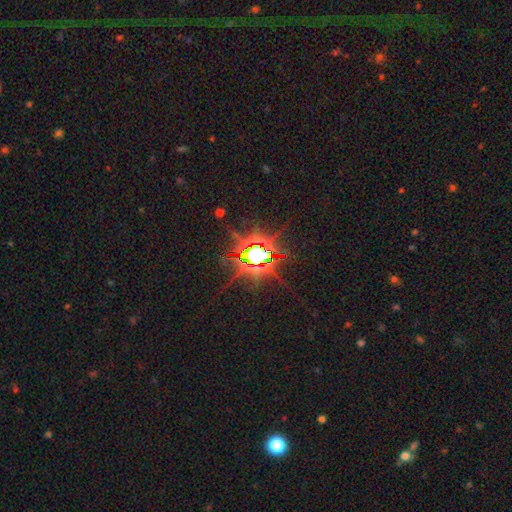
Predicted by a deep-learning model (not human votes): Smooth or featured? Predicted: star or artifact (p=0.81).